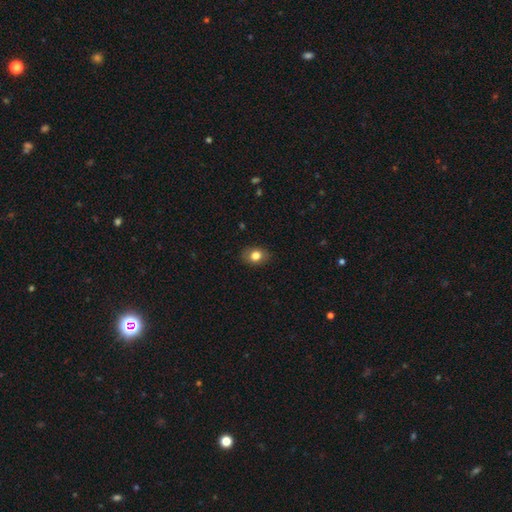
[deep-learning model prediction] Overall: smooth (81%). How rounded: in between (59%; round 39%). Merging: none (85%).